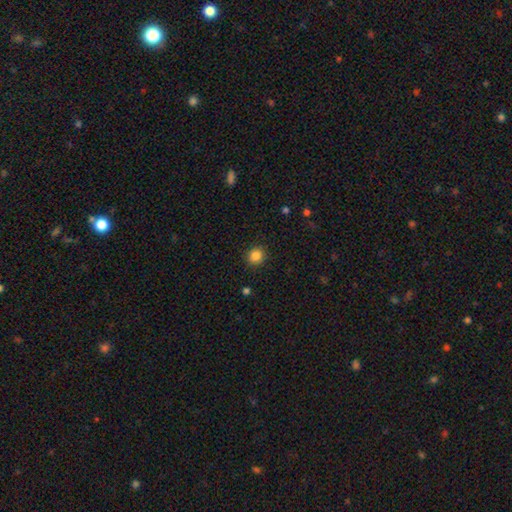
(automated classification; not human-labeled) smooth_or_featured: smooth (p=0.85) [alt: star or artifact p=0.11]
how_rounded: round (p=0.88) [alt: in between p=0.11]
merging: none (p=0.91) [alt: minor disturbance p=0.06]